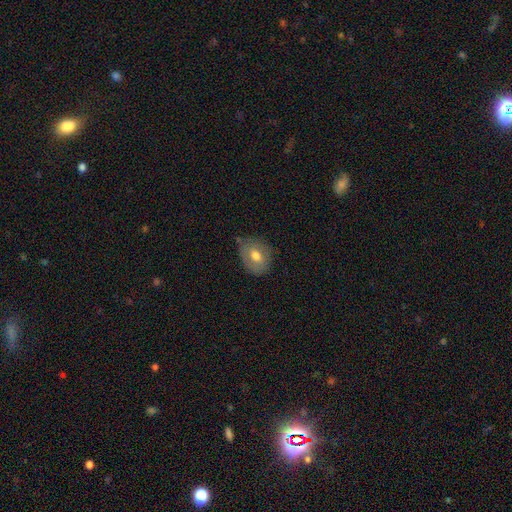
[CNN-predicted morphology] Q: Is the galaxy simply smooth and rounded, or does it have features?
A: smooth — 65%.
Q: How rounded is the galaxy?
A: in between — 57%.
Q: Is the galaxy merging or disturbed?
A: none — 69%.